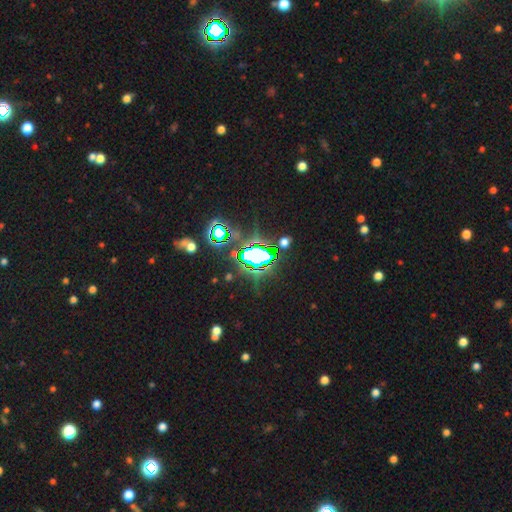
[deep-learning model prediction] Overall: star or artifact (72%).